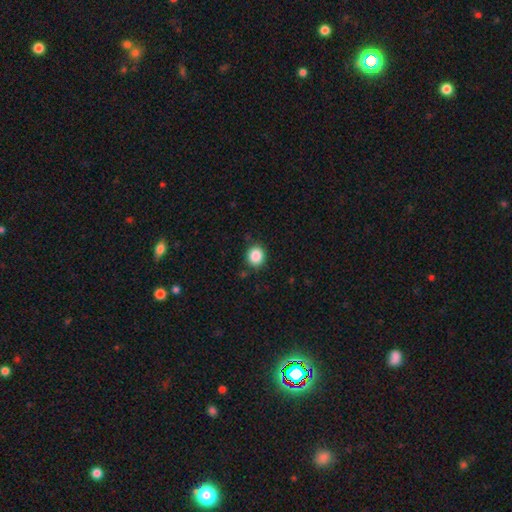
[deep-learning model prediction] smooth 87%, star or artifact 9%, featured or disk 3%. Down the decision tree: how rounded — round (74%); merging — none (86%).